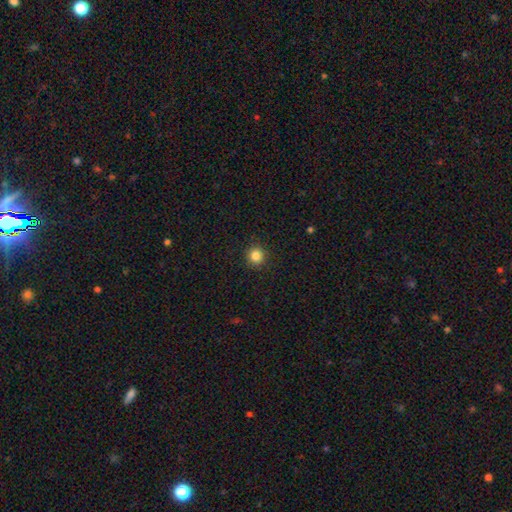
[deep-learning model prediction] smooth 85%, star or artifact 11%, featured or disk 4%. Down the decision tree: how rounded — round (93%); merging — none (92%).